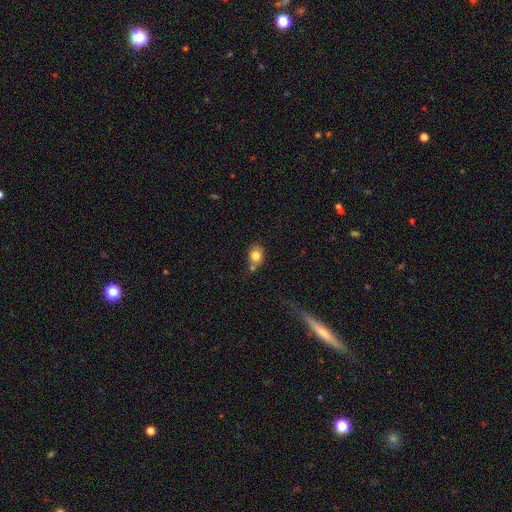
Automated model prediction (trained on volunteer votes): A smooth galaxy with no disk features (81%) that is round (56%).

Vote fractions:
- Smooth or featured? smooth: 81% / featured or disk: 10% / star or artifact: 9%
- How rounded? round: 56% / in between: 43% / cigar-shaped: 1%
- Merging? none: 49% / merger: 23% / minor disturbance: 20% / major disturbance: 8%